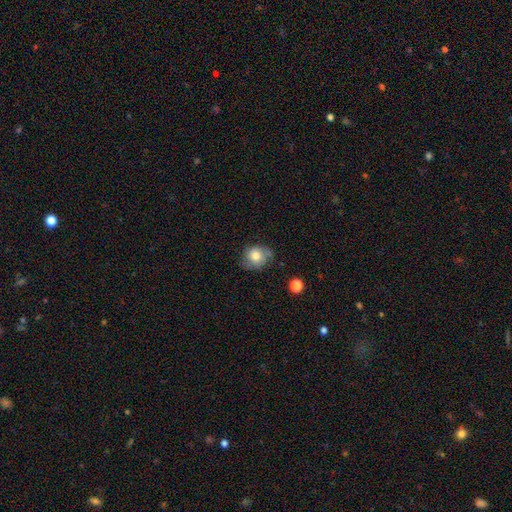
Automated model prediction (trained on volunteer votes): This appears to be a smooth galaxy with no disk features (69%) that is round (71%). Merging: none (60%).